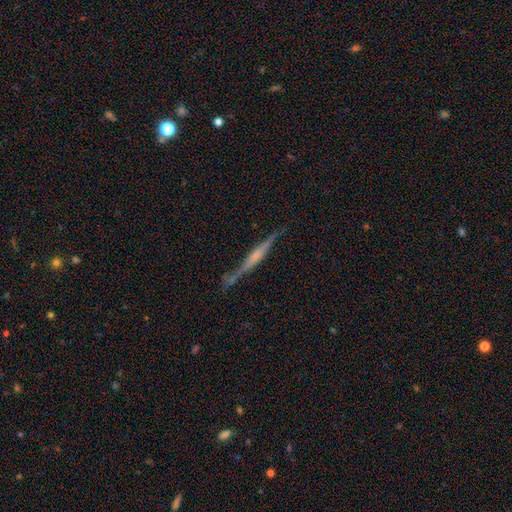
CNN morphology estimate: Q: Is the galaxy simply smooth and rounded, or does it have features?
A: featured or disk — 73%.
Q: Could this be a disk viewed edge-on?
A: yes — 97%.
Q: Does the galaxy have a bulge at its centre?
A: rounded — 44%.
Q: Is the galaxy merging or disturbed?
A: none — 78%.